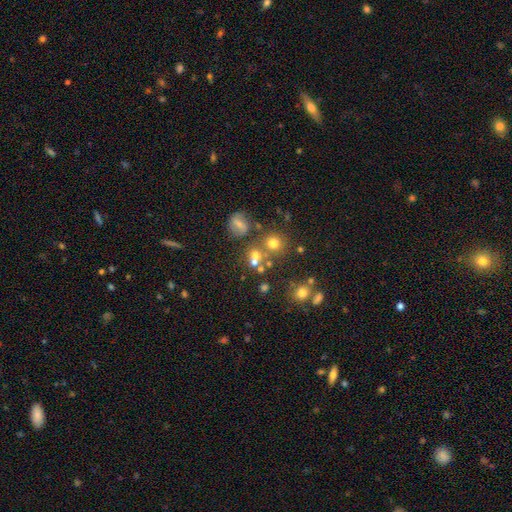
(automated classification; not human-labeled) smooth_or_featured: smooth (p=0.62) [alt: star or artifact p=0.21]
how_rounded: round (p=0.79) [alt: in between p=0.20]
merging: none (p=0.55) [alt: merger p=0.29]